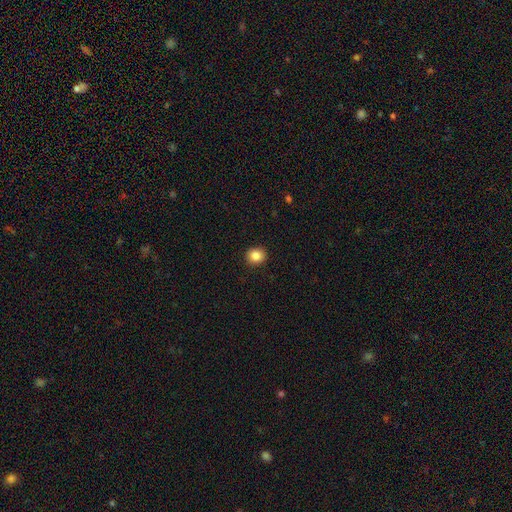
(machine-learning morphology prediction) type=smooth (86%); roundness=round (82%); merging=none (92%).